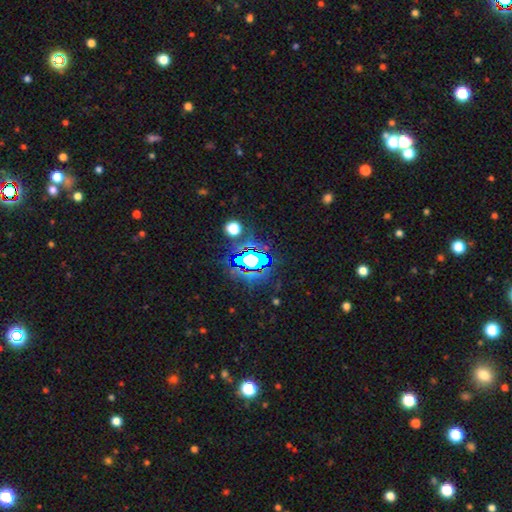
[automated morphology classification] Smooth or featured: star or artifact — 65% (smooth — 20%)